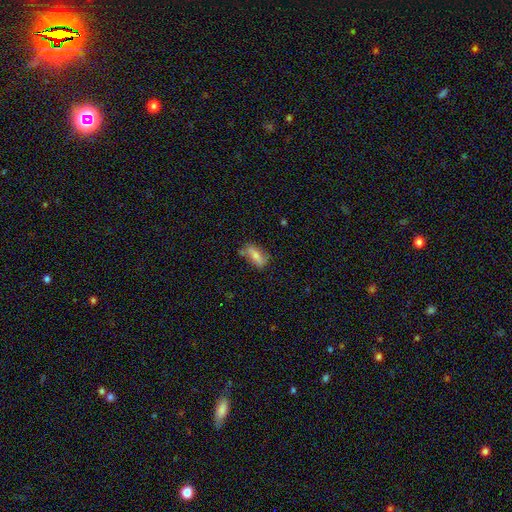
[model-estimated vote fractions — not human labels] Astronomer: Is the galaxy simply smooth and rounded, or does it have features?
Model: smooth — 60%.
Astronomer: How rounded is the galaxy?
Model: in between — 79%.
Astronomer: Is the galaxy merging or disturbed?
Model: none — 59%.